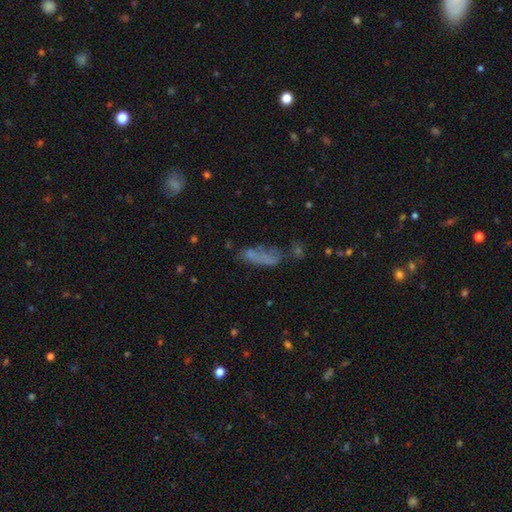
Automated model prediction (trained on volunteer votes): This appears to be a smooth galaxy with no disk features (60%) that is in between round and cigar-shaped (55%). Merging: none (39%).